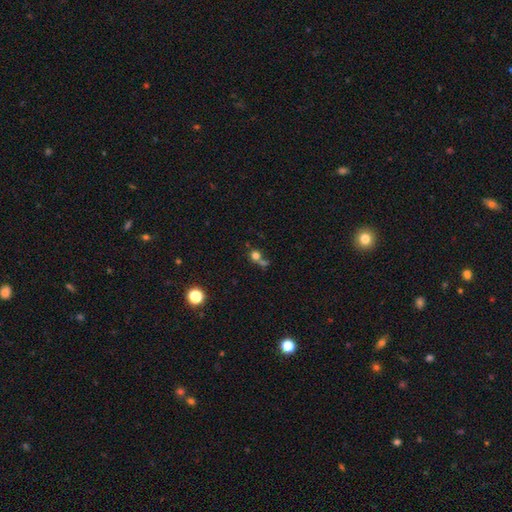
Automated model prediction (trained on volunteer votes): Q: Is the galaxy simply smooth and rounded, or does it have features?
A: smooth — 67%.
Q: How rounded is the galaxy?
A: round — 85%.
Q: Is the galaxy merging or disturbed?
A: none — 42%, tied with merger.